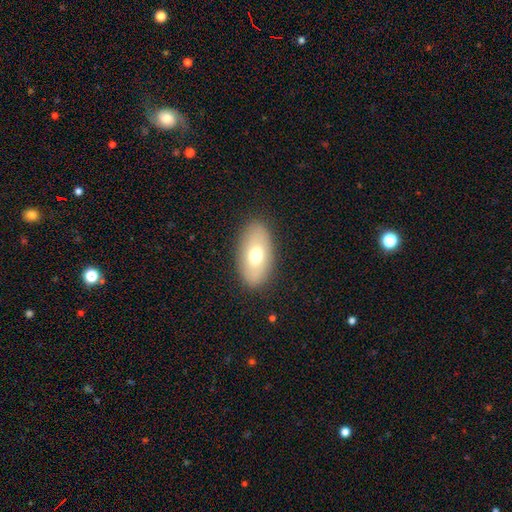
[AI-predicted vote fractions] Smooth or featured? Predicted: smooth (p=0.66). How rounded? Predicted: in between (p=0.92). Merging? Predicted: none (p=0.86).